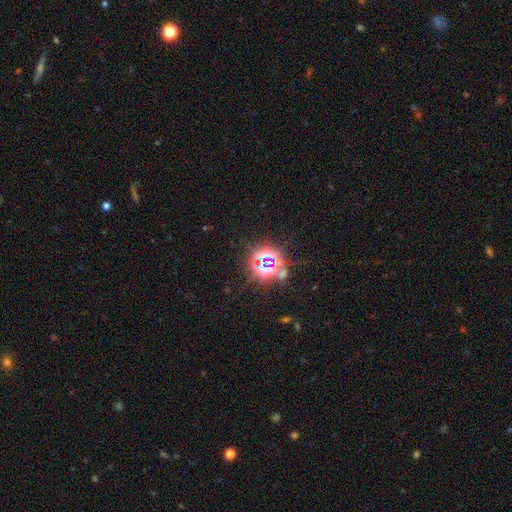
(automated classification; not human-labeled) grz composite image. It shows a star or artifact, not a galaxy (79%).